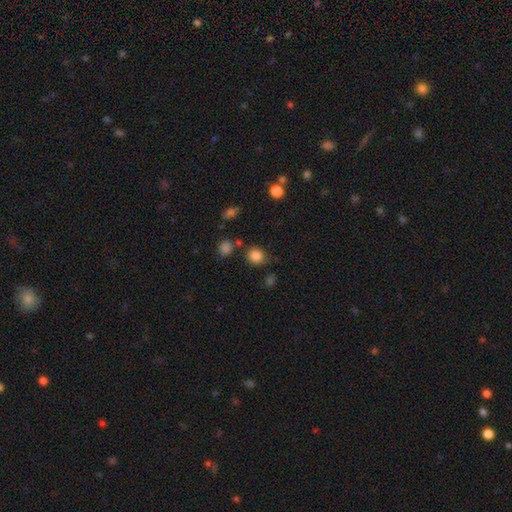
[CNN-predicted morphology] smooth-or-featured: smooth: 84% | star or artifact: 12% | featured or disk: 4%
  how-rounded: round: 83% | in between: 16% | cigar-shaped: 1%
  merging: none: 75% | minor disturbance: 14% | merger: 6% | major disturbance: 5%